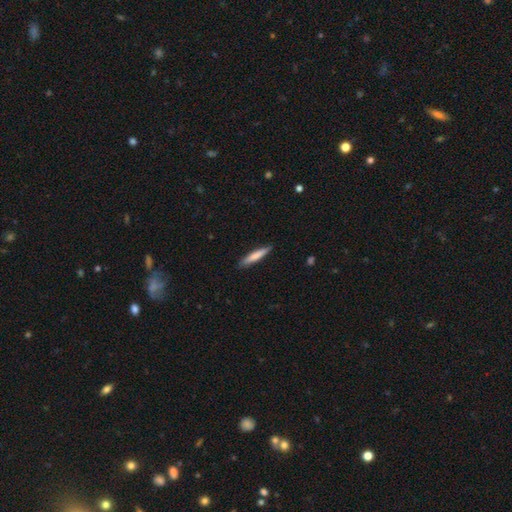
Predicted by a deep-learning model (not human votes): This is likely a smooth galaxy (73%). How rounded: clearly cigar-shaped (92%). Merging: clearly none (89%).